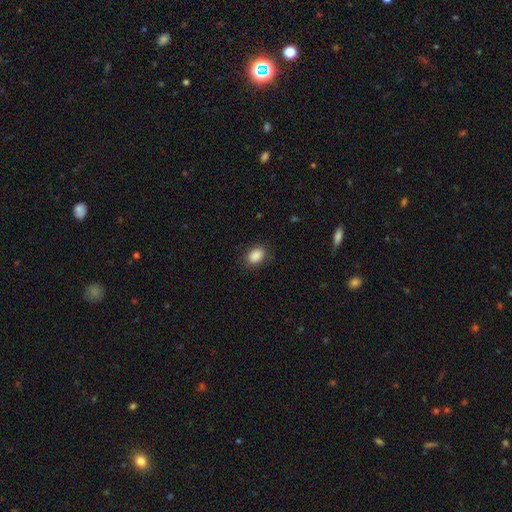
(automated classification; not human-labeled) A smooth galaxy with no disk features (89%) that is in between round and cigar-shaped (74%).

Vote fractions:
- Smooth or featured? smooth: 89% / star or artifact: 8% / featured or disk: 3%
- How rounded? in between: 74% / round: 24% / cigar-shaped: 1%
- Merging? none: 84% / minor disturbance: 12% / major disturbance: 3% / merger: 1%